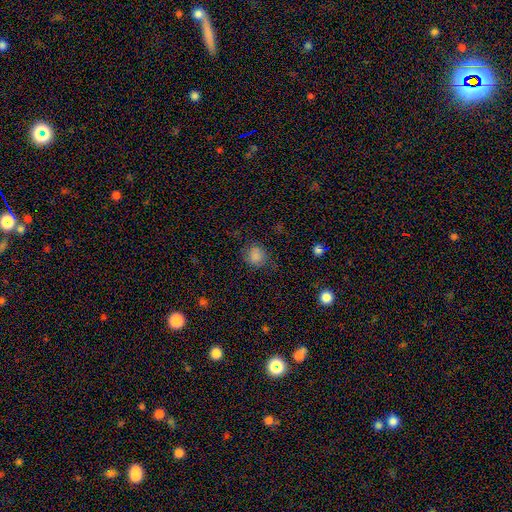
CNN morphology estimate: This appears to be a smooth galaxy with no disk features (83%) that is round (84%). Merging: none (78%).